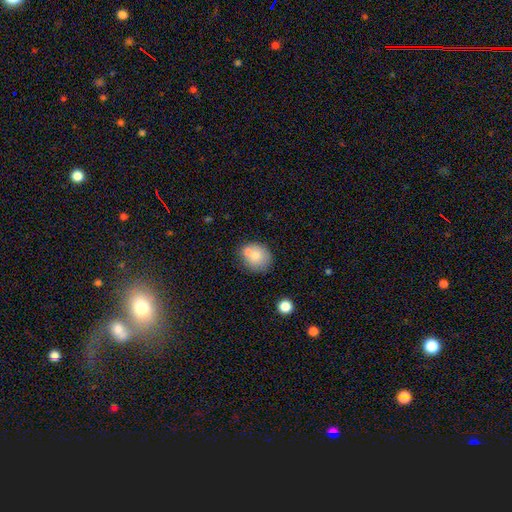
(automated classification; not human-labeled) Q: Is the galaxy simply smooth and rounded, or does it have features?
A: smooth — 73%.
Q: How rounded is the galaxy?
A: round — 70%.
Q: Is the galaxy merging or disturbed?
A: none — 53%.